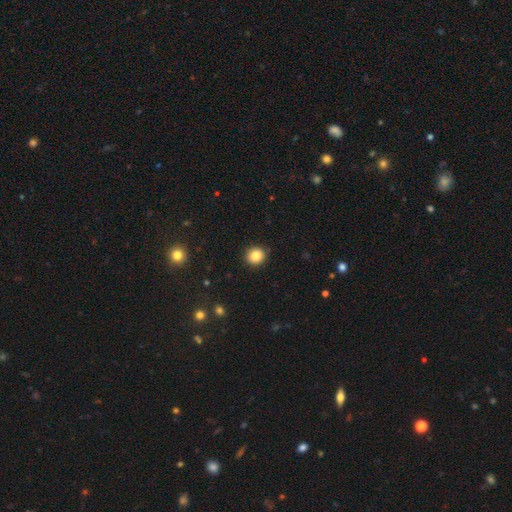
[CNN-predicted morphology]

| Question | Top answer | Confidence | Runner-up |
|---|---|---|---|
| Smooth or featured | smooth | 86% | star or artifact (10%) |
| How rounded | round | 85% | in between (14%) |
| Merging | none | 91% | minor disturbance (6%) |